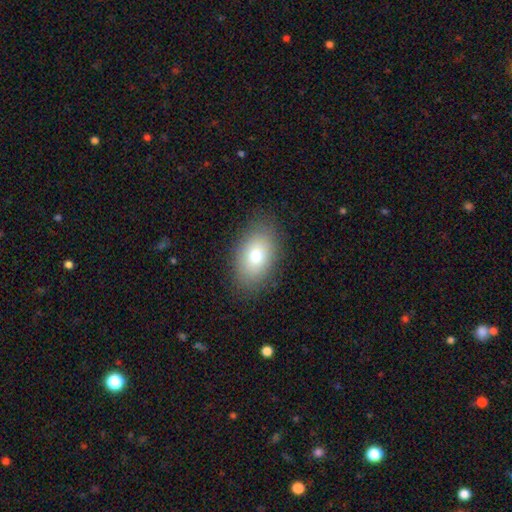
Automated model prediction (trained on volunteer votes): This appears to be a smooth galaxy with no disk features (74%) that is in between round and cigar-shaped (86%). Merging: none (84%).